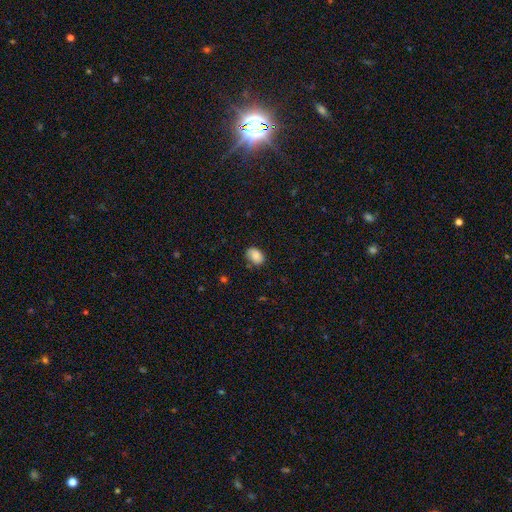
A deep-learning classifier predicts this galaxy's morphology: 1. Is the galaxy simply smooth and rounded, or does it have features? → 83% smooth, 9% featured or disk, 8% star or artifact.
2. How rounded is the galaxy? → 73% in between, 26% round, 1% cigar-shaped.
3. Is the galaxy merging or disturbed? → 70% none, 23% minor disturbance, 5% major disturbance, 2% merger.